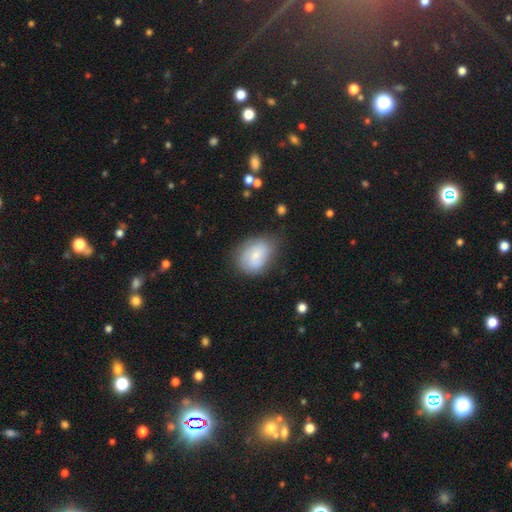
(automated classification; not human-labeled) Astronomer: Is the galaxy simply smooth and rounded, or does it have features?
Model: smooth — 62%.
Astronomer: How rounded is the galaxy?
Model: in between — 69%.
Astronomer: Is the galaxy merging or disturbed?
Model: none — 55% (runner-up: minor disturbance, 32%).